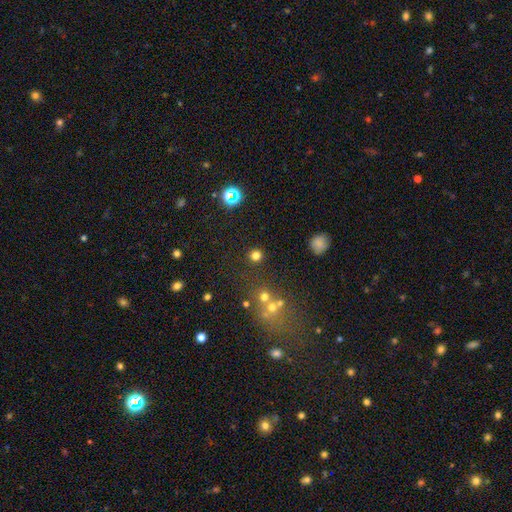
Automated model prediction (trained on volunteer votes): This appears to be a smooth galaxy with no disk features (75%) that is round (93%). Merging: none (86%).